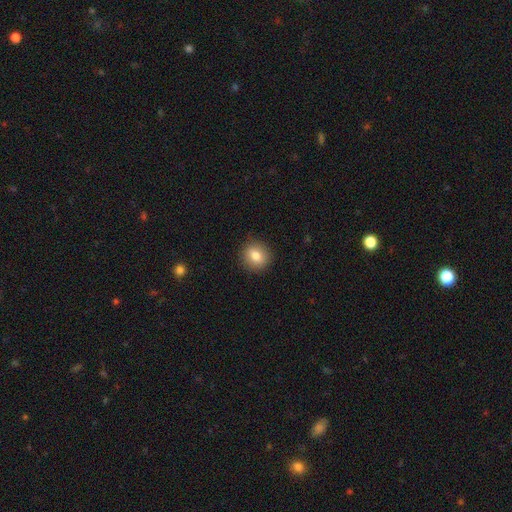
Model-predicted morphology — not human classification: This appears to be a smooth galaxy with no disk features (81%) that is round (82%). Merging: none (89%).